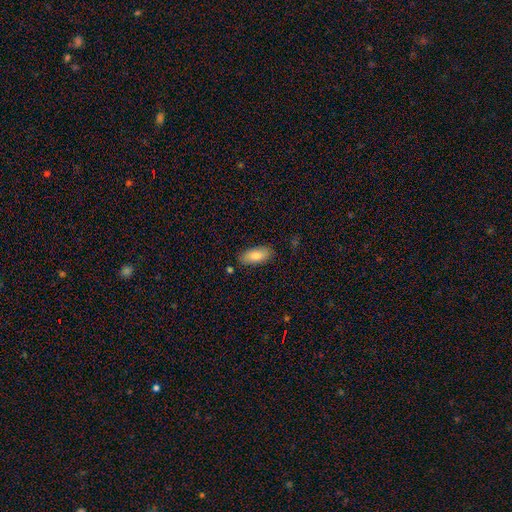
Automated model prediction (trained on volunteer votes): This appears to be a smooth galaxy with no disk features (83%) that is in between round and cigar-shaped (88%). Merging: none (84%).